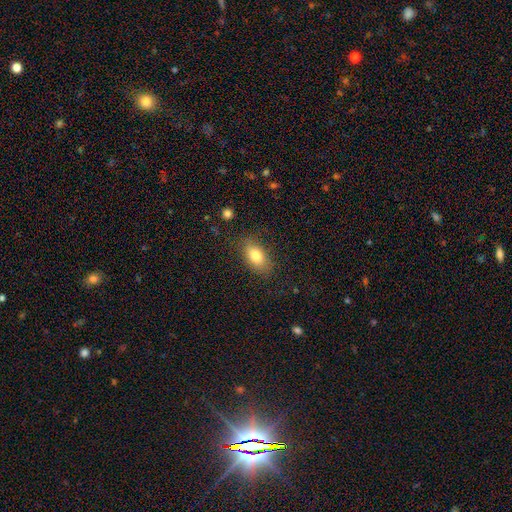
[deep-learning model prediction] Smooth or featured: smooth — 78% (featured or disk — 13%)
How rounded: in between — 87% (round — 9%)
Merging: none — 80% (minor disturbance — 14%)